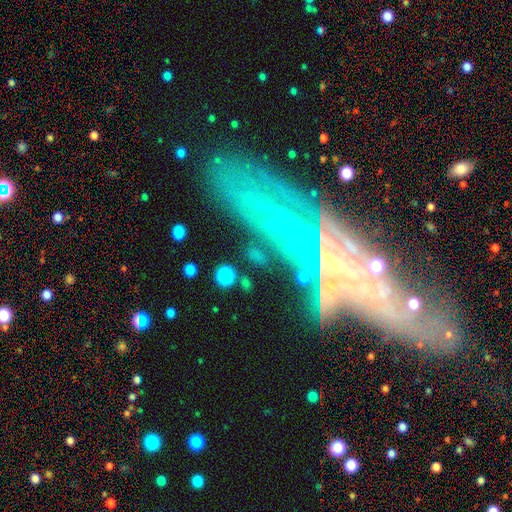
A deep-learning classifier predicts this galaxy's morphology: Overall: featured or disk (44%; smooth 33%). Merging: none (76%).